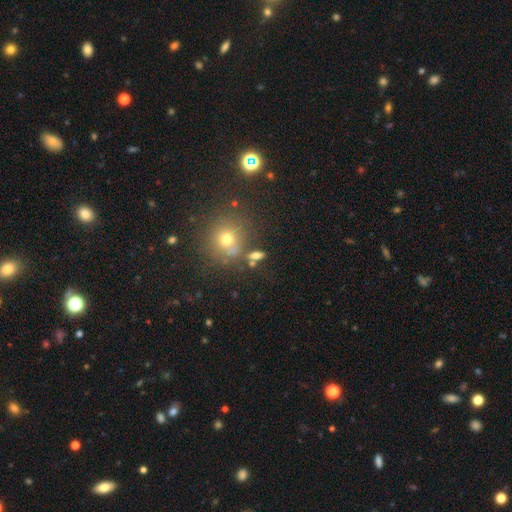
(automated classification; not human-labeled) This appears to be a smooth galaxy with no disk features (67%) that is in between round and cigar-shaped (55%). Merging: none (68%).